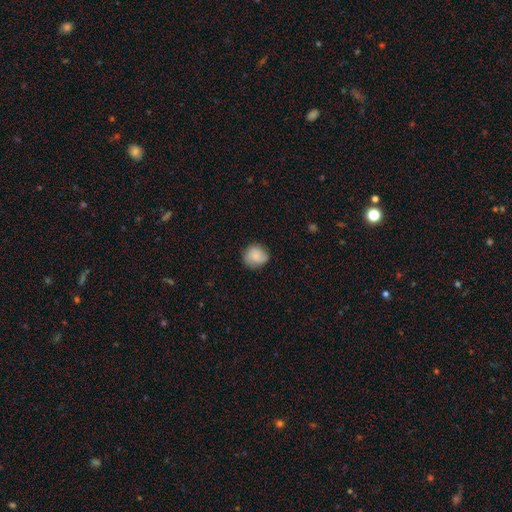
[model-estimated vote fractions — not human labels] Smooth or featured? Predicted: smooth (p=0.79). How rounded? Predicted: round (p=0.81). Merging? Predicted: none (p=0.75).